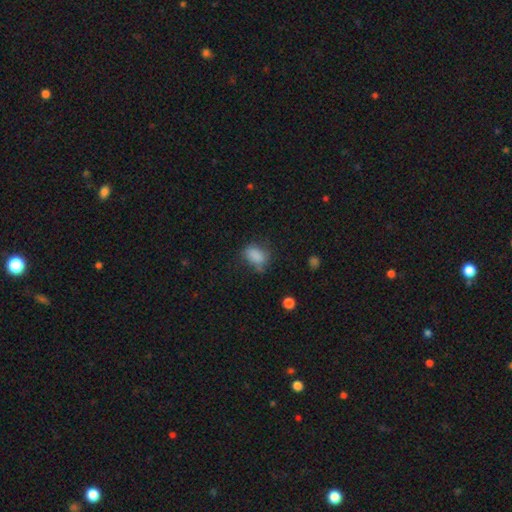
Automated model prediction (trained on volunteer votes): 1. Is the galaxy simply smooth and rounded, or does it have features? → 82% smooth, 10% star or artifact, 7% featured or disk.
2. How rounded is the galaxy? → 81% in between, 17% round, 2% cigar-shaped.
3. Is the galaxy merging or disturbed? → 54% none, 29% minor disturbance, 14% major disturbance, 3% merger.